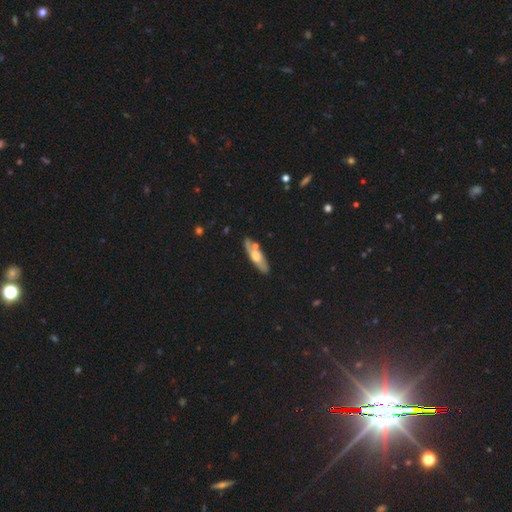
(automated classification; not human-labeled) Overall: featured or disk (48%; smooth 46%). Merging: none (78%).